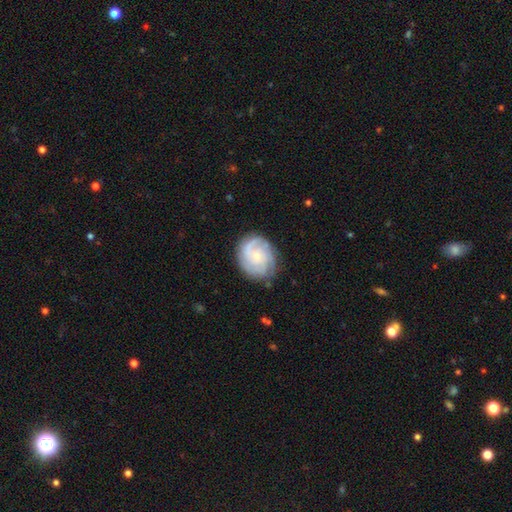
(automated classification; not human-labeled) This is likely a featured or disk galaxy (77%). It is clearly not viewed edge-on (98%). Bar: likely no (74%). Spiral arm pattern: clearly yes (94%). Spiral arm count: marginally 3 (31%). Spiral winding: possibly tight (59%). Central bulge: likely small (71%). Merging: likely none (76%).